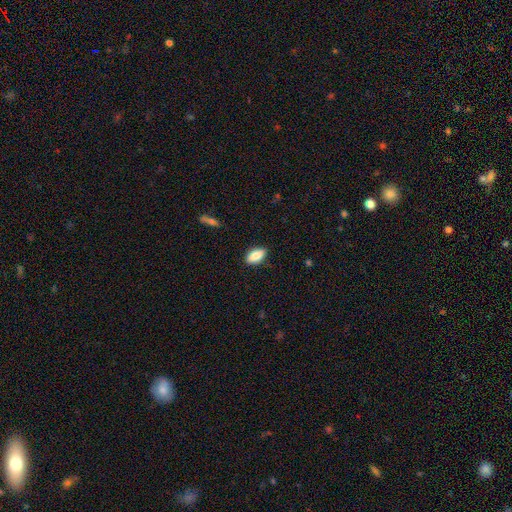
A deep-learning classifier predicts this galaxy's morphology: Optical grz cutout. It shows a smooth galaxy with no disk features (84%) that is in between round and cigar-shaped (89%). Merging: none (87%).